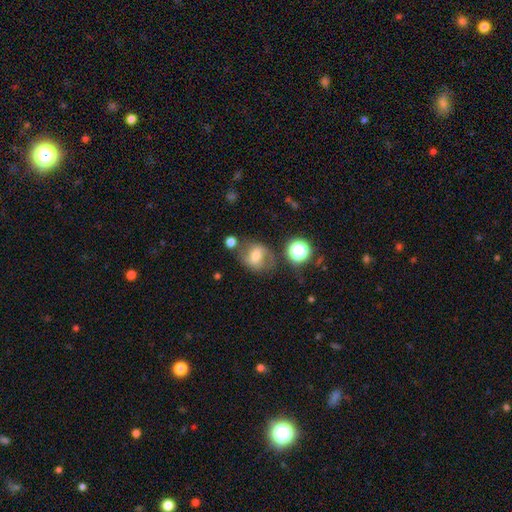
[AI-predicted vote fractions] This appears to be a smooth galaxy with no disk features (44%). Merging: none (60%).